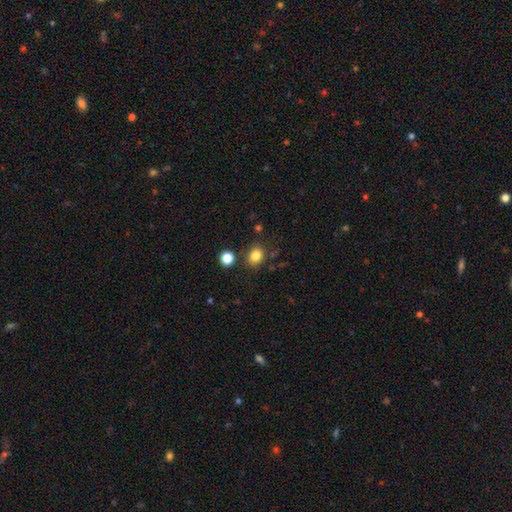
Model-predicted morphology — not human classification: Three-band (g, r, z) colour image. It shows a smooth galaxy with no disk features (83%) that is round (58%). Merging: none (80%).